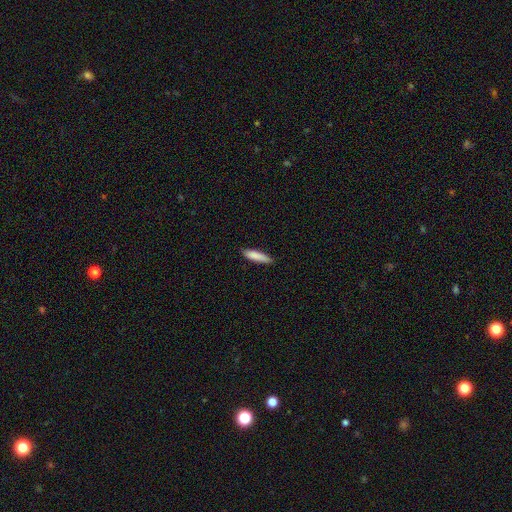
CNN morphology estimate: A smooth galaxy with no disk features (86%) that is cigar-shaped (76%). Merging: none (83%).